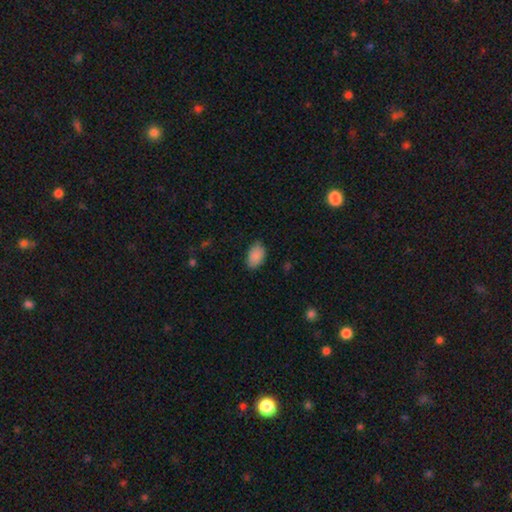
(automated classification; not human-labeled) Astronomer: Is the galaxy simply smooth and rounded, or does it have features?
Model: smooth — 89%.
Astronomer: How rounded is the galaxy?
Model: in between — 89%.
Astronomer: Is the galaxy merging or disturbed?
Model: none — 77%.